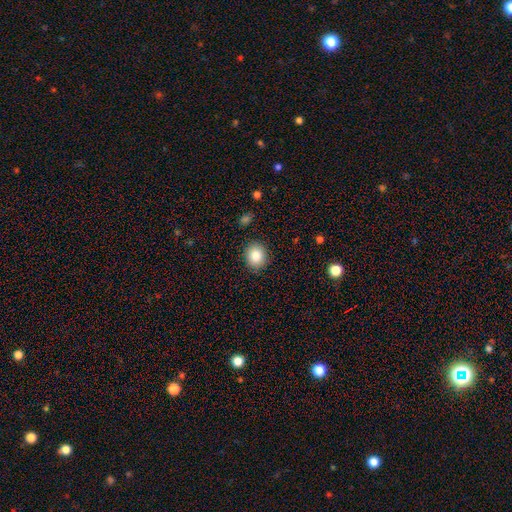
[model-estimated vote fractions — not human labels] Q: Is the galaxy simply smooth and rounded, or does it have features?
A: smooth — 83%.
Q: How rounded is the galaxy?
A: round — 79%.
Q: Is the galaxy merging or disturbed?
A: none — 89%.